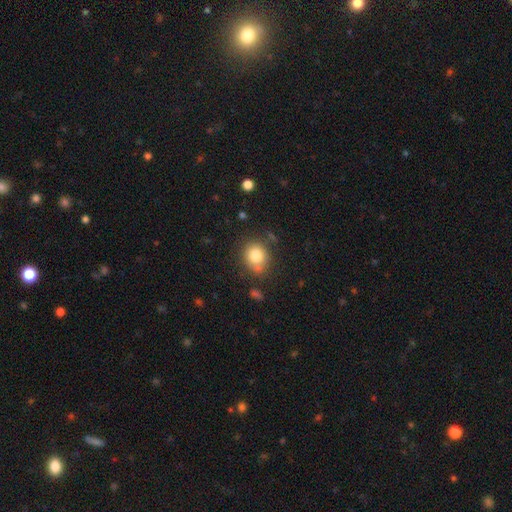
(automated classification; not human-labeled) Smooth or featured: smooth — 81% (star or artifact — 10%)
How rounded: round — 66% (in between — 33%)
Merging: none — 72% (minor disturbance — 18%)